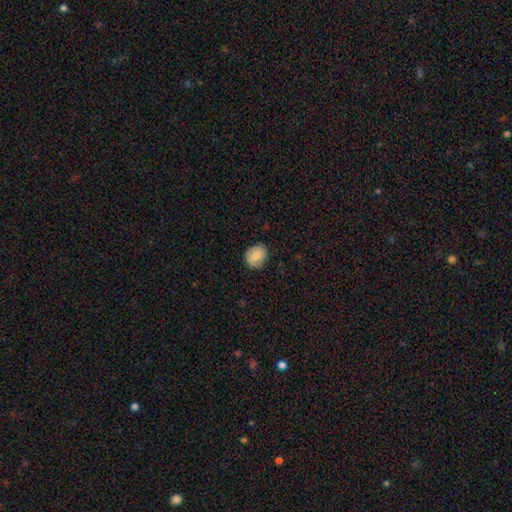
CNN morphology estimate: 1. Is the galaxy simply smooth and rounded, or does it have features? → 83% smooth, 10% featured or disk, 7% star or artifact.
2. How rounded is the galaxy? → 65% round, 34% in between, 1% cigar-shaped.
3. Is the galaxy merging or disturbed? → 82% none, 14% minor disturbance, 3% major disturbance, 1% merger.